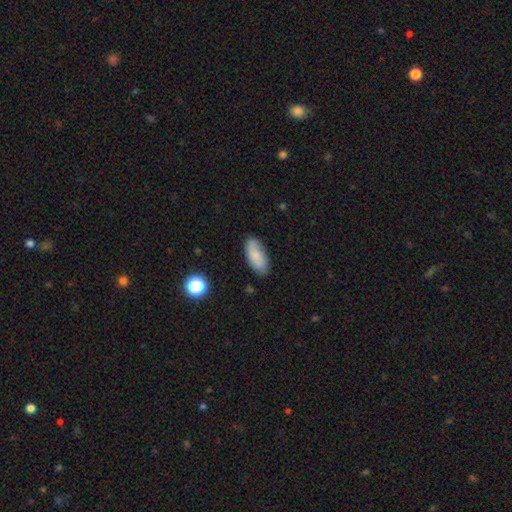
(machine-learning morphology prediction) Smooth or featured? Predicted: smooth (p=0.78). How rounded? Predicted: in between (p=0.87). Merging? Predicted: none (p=0.79).